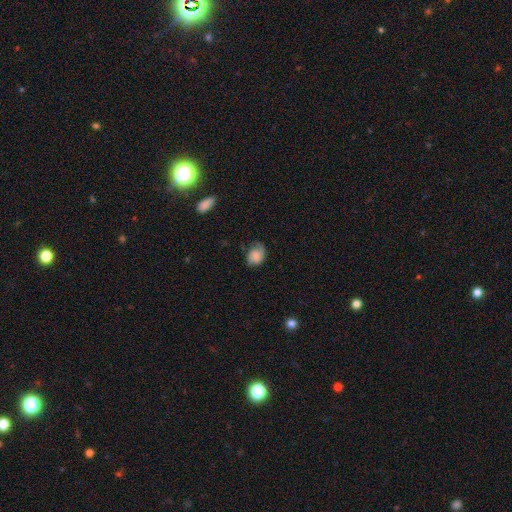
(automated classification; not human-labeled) Smooth or featured?
  - smooth: 60% *
  - featured or disk: 31%
  - star or artifact: 9%
How rounded?
  - in between: 63% *
  - round: 36%
  - cigar-shaped: 1%
Merging?
  - none: 53% *
  - minor disturbance: 30%
  - major disturbance: 15%
  - merger: 2%